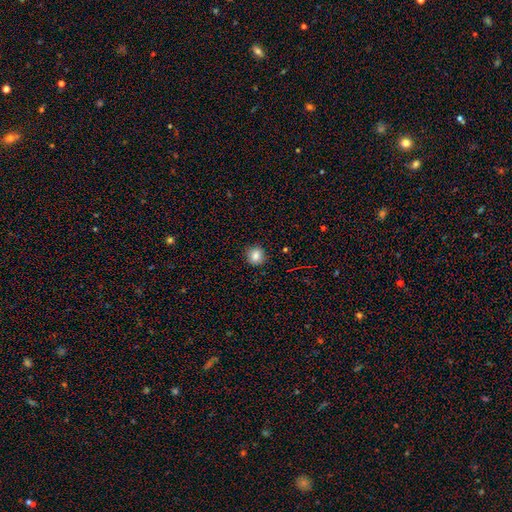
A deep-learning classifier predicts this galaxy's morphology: smooth_or_featured: smooth (p=0.83) [alt: star or artifact p=0.11]
how_rounded: round (p=0.88) [alt: in between p=0.11]
merging: none (p=0.90) [alt: minor disturbance p=0.07]